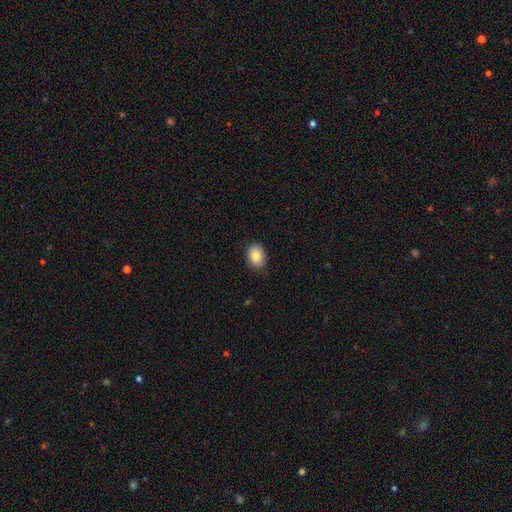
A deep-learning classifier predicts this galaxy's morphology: Smooth or featured?
  - smooth: 86% *
  - star or artifact: 8%
  - featured or disk: 7%
How rounded?
  - in between: 73% *
  - round: 26%
  - cigar-shaped: 1%
Merging?
  - none: 81% *
  - minor disturbance: 16%
  - major disturbance: 3%
  - merger: 1%